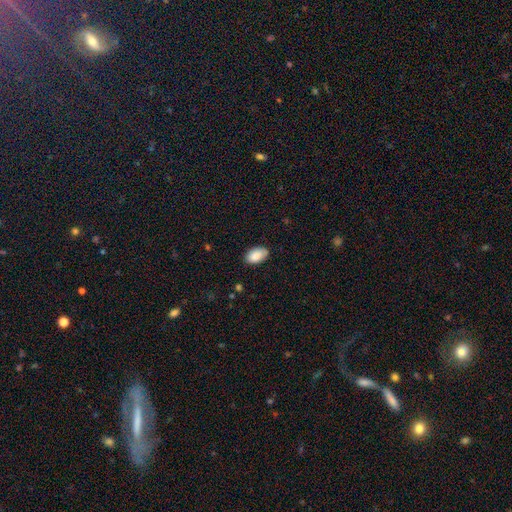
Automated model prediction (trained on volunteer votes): A smooth galaxy with no disk features (87%) that is in between round and cigar-shaped (93%). Merging: none (79%).